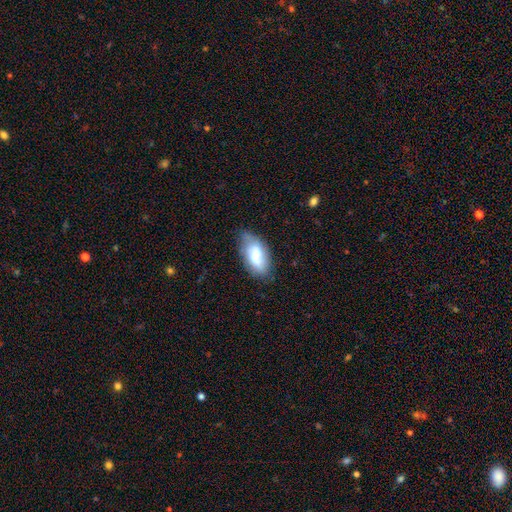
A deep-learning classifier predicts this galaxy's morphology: Smooth or featured: smooth — 67% (featured or disk — 25%)
How rounded: in between — 91% (cigar-shaped — 6%)
Merging: none — 58% (minor disturbance — 31%)